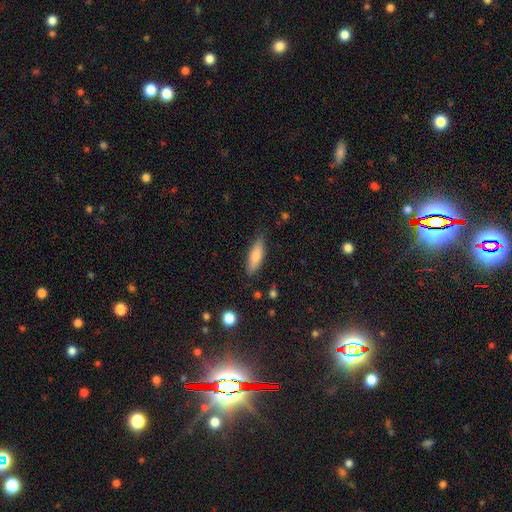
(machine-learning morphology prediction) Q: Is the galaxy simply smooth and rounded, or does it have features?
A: smooth — 72%.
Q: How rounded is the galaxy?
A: cigar-shaped — 60%.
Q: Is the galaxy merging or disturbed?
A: none — 85%.